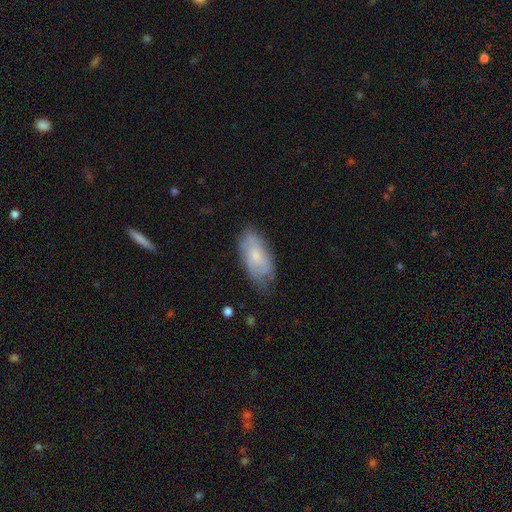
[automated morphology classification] Smooth or featured: smooth — 53% (featured or disk — 40%)
How rounded: in between — 88% (cigar-shaped — 9%)
Merging: none — 66% (minor disturbance — 26%)